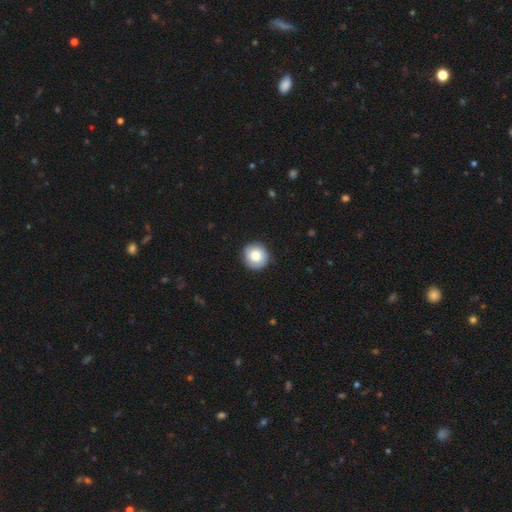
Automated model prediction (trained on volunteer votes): smooth-or-featured: smooth: 81% | featured or disk: 12% | star or artifact: 7%
  how-rounded: round: 92% | in between: 7% | cigar-shaped: 1%
  merging: none: 88% | minor disturbance: 9% | major disturbance: 2% | merger: 1%